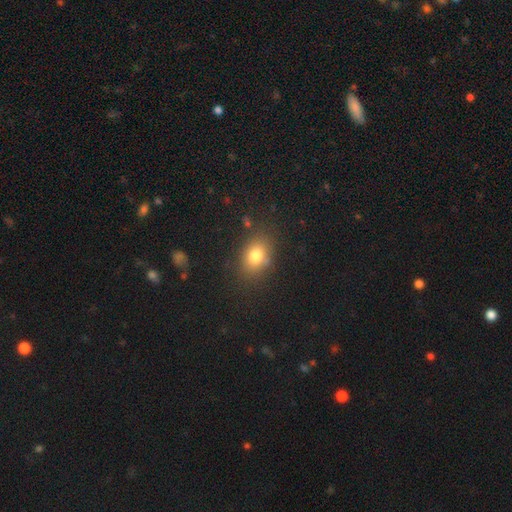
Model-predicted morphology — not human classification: This is likely a smooth galaxy (79%). How rounded: likely in between (68%). Merging: likely none (79%).